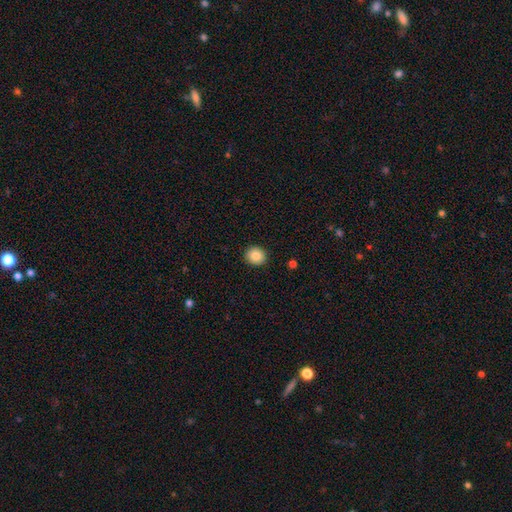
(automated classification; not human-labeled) This appears to be a smooth galaxy with no disk features (87%) that is round (83%). Merging: none (92%).